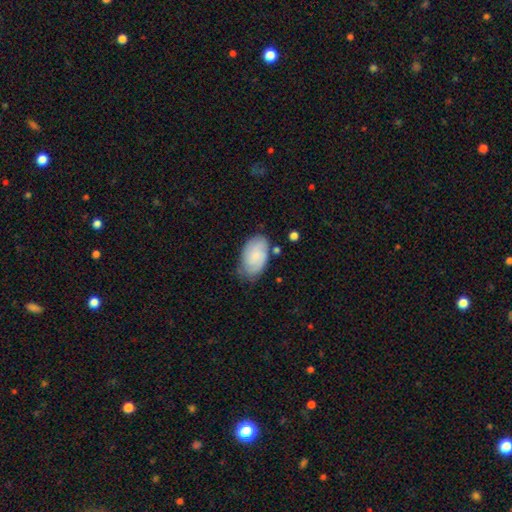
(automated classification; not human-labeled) The model was most divided on "smooth or featured": smooth: 67%, featured or disk: 26%, star or artifact: 7%. More confident: how rounded — in between (93%); merging — none (67%).